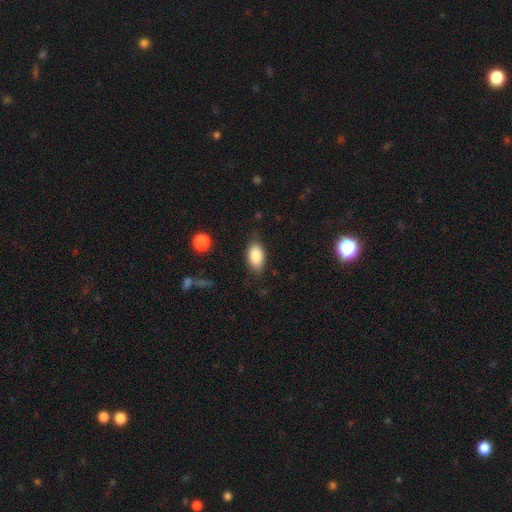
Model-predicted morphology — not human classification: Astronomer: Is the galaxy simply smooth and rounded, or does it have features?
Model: smooth — 85%.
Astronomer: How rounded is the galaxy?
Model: in between — 91%.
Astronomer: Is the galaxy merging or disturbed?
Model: none — 78%.